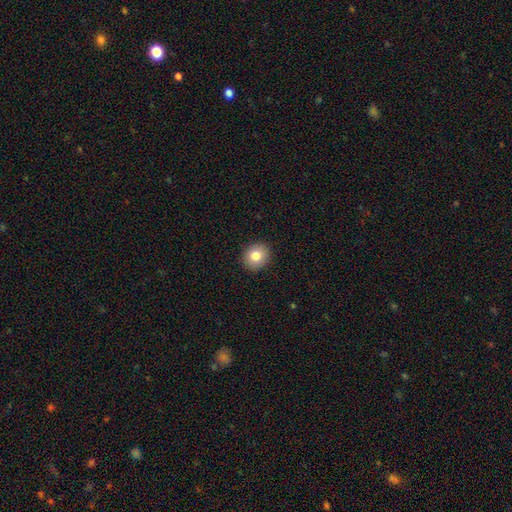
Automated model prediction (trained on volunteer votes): A smooth galaxy with no disk features (81%) that is round (80%). Merging: none (92%).